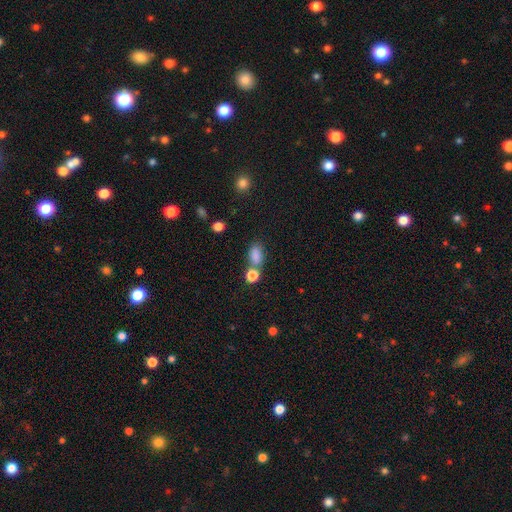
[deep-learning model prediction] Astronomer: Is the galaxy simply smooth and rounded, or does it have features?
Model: smooth — 81%.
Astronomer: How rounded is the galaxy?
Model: in between — 81%.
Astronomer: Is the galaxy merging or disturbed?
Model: none — 52% (runner-up: merger, 27%).